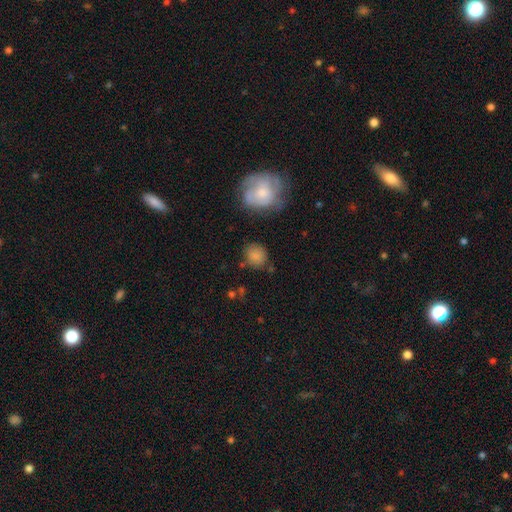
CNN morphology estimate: Q: Smooth or featured?
A: smooth (82%); runner-up: star or artifact (10%)
Q: How rounded?
A: round (73%); runner-up: in between (26%)
Q: Merging?
A: none (74%); runner-up: minor disturbance (16%)